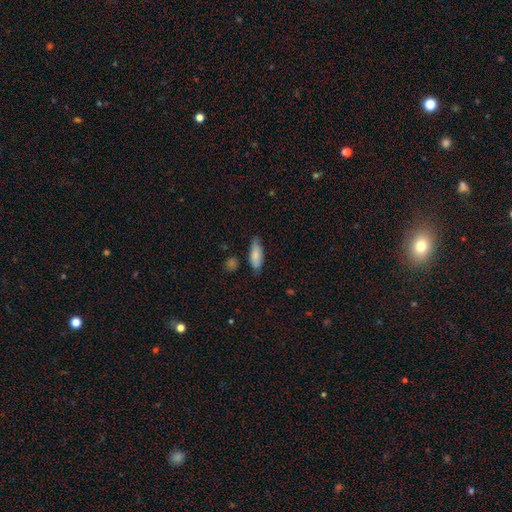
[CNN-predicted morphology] type=smooth (77%); roundness=in between (68%); merging=none (70%).